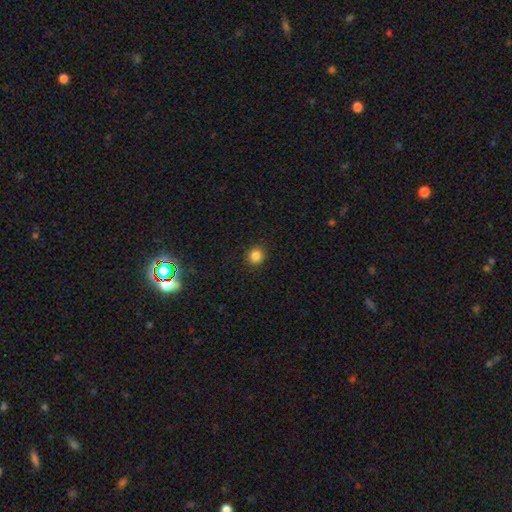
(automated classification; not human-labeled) The model was most divided on "smooth or featured": smooth: 84%, star or artifact: 12%, featured or disk: 4%. More confident: merging — none (91%); how rounded — round (89%).